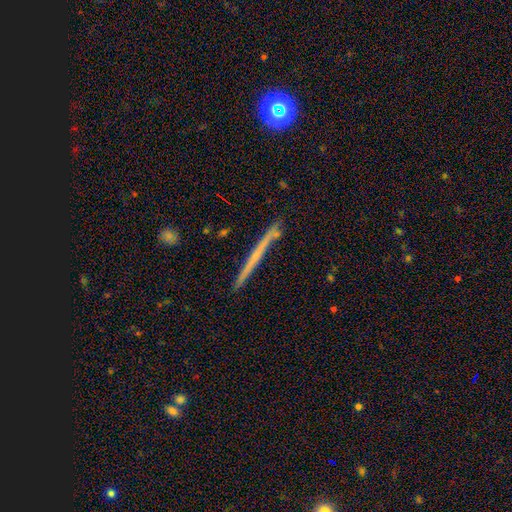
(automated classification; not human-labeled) Smooth or featured? featured or disk (55%)
Edge-on disk? yes (97%)
Edge-on bulge? none (86%)
Merging? none (85%)